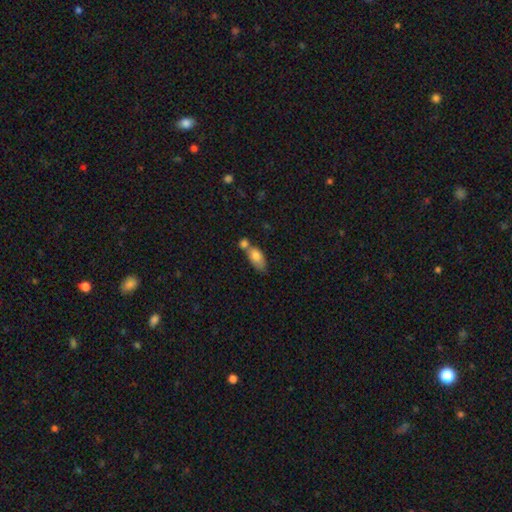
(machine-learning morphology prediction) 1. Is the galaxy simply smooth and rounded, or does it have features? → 78% smooth, 14% featured or disk, 7% star or artifact.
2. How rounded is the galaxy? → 86% in between, 7% round, 7% cigar-shaped.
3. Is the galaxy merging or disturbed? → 50% merger, 30% none, 14% minor disturbance, 6% major disturbance.